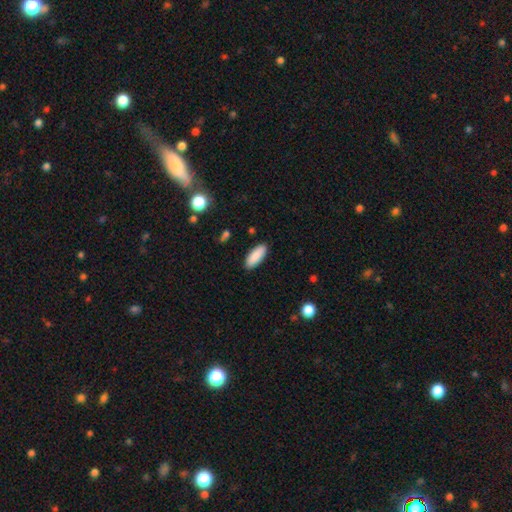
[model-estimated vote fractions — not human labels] This appears to be a smooth galaxy with no disk features (89%) that is in between round and cigar-shaped (76%). Merging: none (89%).